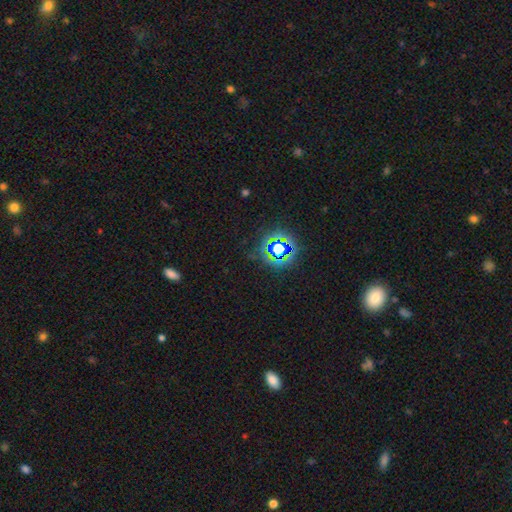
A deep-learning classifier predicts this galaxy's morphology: Q: Smooth or featured?
A: star or artifact (76%); runner-up: smooth (16%)